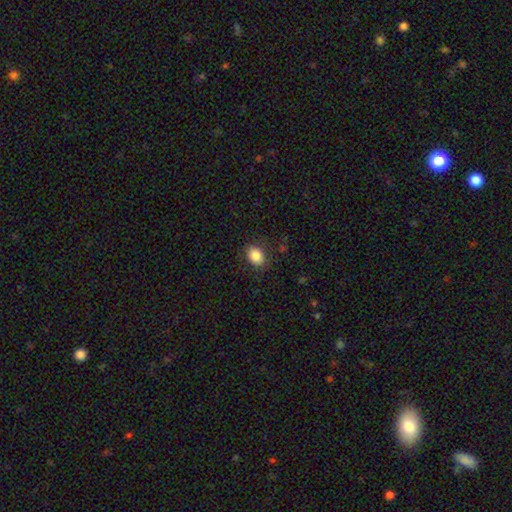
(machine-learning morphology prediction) Smooth or featured?
  - smooth: 86% *
  - star or artifact: 9%
  - featured or disk: 5%
How rounded?
  - in between: 67% *
  - round: 32%
  - cigar-shaped: 1%
Merging?
  - none: 85% *
  - minor disturbance: 11%
  - major disturbance: 3%
  - merger: 1%